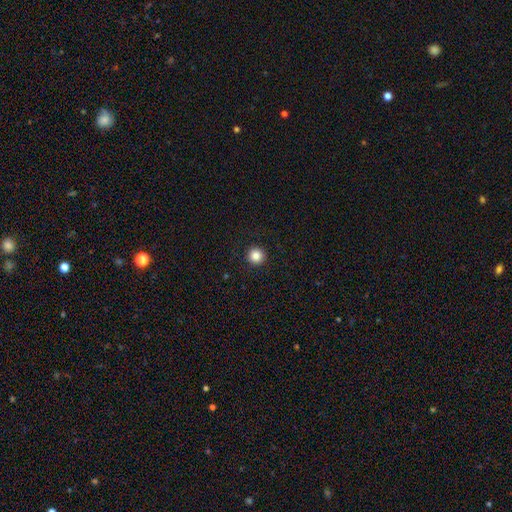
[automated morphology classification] A smooth galaxy with no disk features (86%) that is round (96%).

Vote fractions:
- Smooth or featured? smooth: 86% / star or artifact: 10% / featured or disk: 3%
- How rounded? round: 96% / in between: 3% / cigar-shaped: 1%
- Merging? none: 93% / minor disturbance: 4% / major disturbance: 2% / merger: 1%